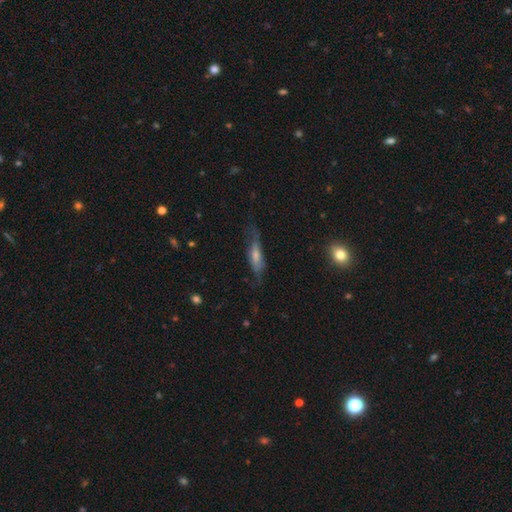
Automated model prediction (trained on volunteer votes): This appears to be a smooth galaxy with no disk features (55%) that is cigar-shaped (54%). Merging: none (49%).